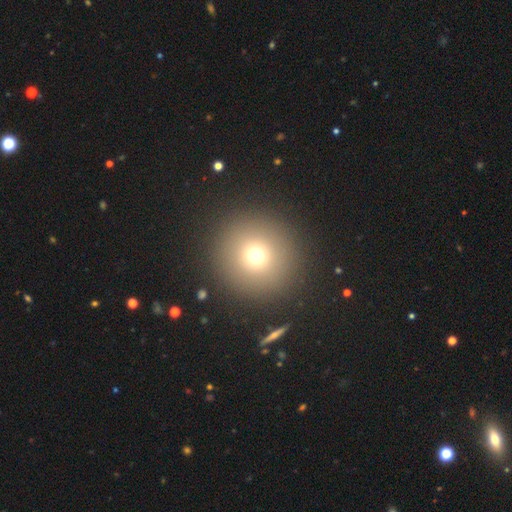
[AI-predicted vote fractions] Smooth or featured? Predicted: smooth (p=0.70). How rounded? Predicted: round (p=0.96). Merging? Predicted: none (p=0.89).